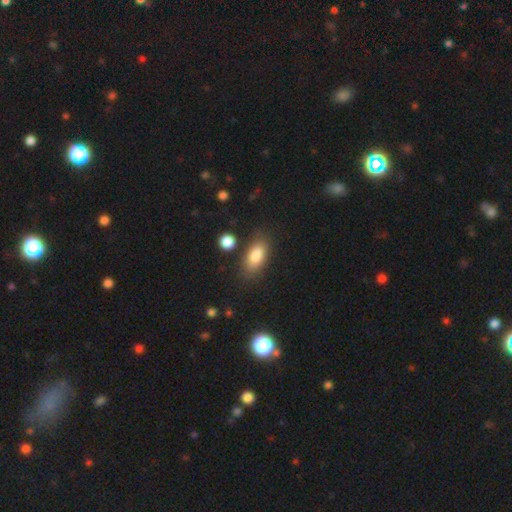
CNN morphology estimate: Smooth or featured?
  - smooth: 84% *
  - featured or disk: 9%
  - star or artifact: 7%
How rounded?
  - in between: 87% *
  - cigar-shaped: 9%
  - round: 4%
Merging?
  - none: 76% *
  - minor disturbance: 15%
  - major disturbance: 4%
  - merger: 4%